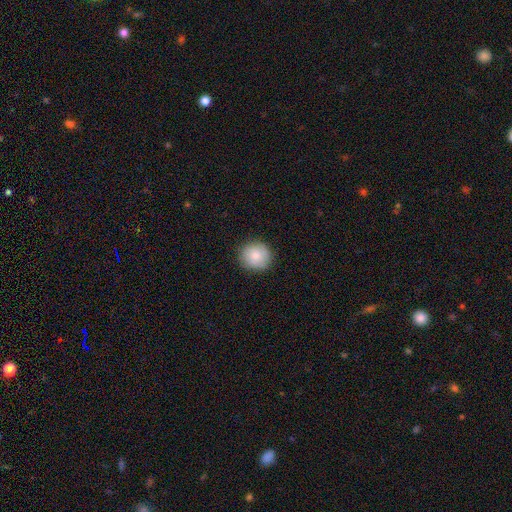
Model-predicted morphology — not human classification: smooth-or-featured: smooth: 81% | featured or disk: 12% | star or artifact: 7%
  how-rounded: round: 90% | in between: 9% | cigar-shaped: 1%
  merging: none: 86% | minor disturbance: 11% | major disturbance: 2% | merger: 1%